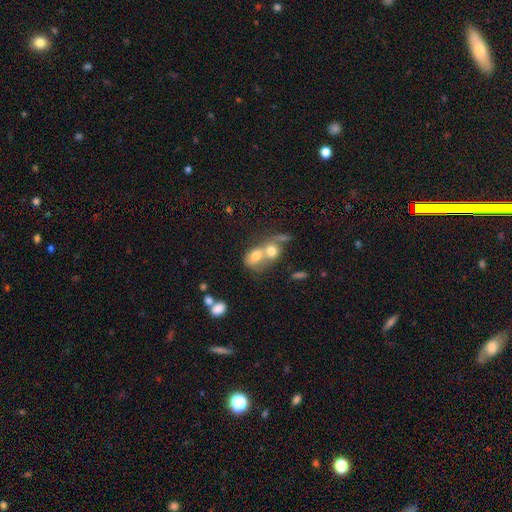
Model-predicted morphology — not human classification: A smooth galaxy with no disk features (70%) that is in between round and cigar-shaped (60%).

Vote fractions:
- Smooth or featured? smooth: 70% / featured or disk: 20% / star or artifact: 10%
- How rounded? in between: 60% / round: 38% / cigar-shaped: 2%
- Merging? merger: 73% / none: 16% / minor disturbance: 6% / major disturbance: 5%